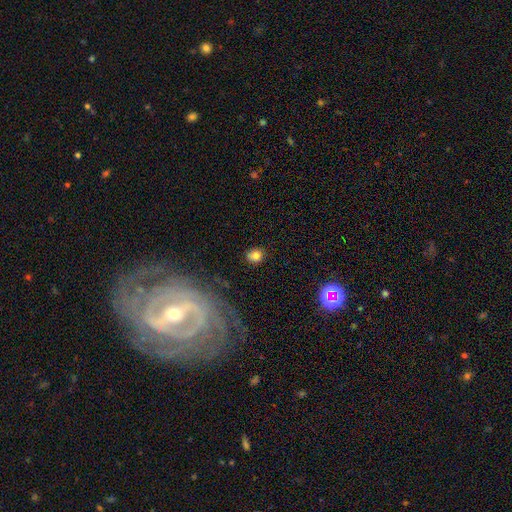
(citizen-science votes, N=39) A smooth galaxy with no disk features (82%) that is round (66%).

Vote fractions:
- Smooth or featured? smooth: 82% / featured or disk: 10% / star or artifact: 8%
- How rounded? round: 66% / in between: 34% / cigar-shaped: 0%
- Merging? none: 72% / minor disturbance: 22% / major disturbance: 6% / merger: 0%